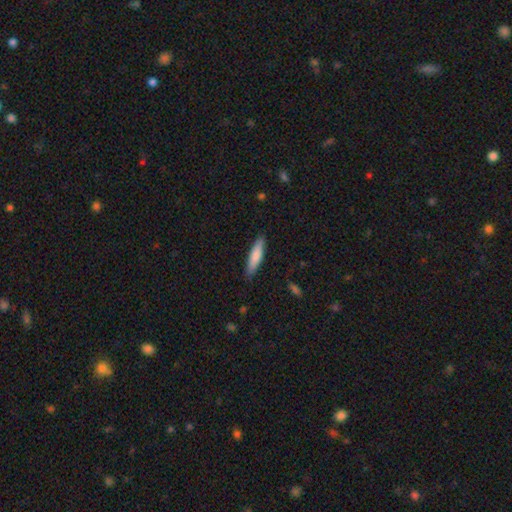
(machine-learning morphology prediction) This is likely a smooth galaxy (79%). How rounded: likely cigar-shaped (78%). Merging: clearly none (87%).